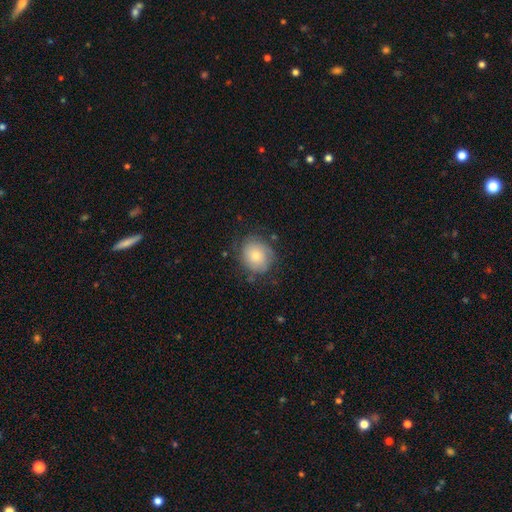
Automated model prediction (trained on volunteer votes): smooth-or-featured: smooth: 70% | featured or disk: 23% | star or artifact: 8%
  how-rounded: round: 74% | in between: 26% | cigar-shaped: 1%
  merging: none: 69% | minor disturbance: 22% | major disturbance: 8% | merger: 2%